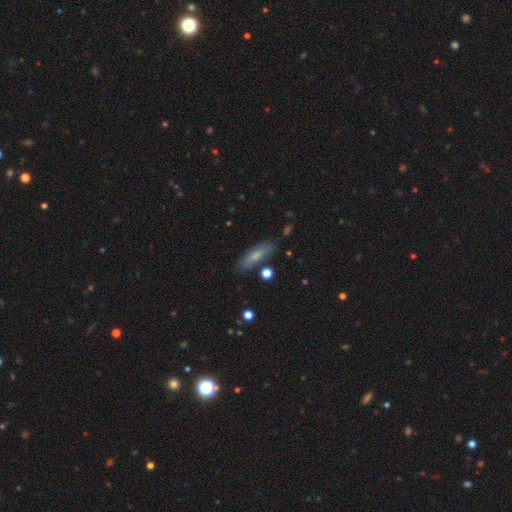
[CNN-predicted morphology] Smooth or featured: smooth — 66% (featured or disk — 26%)
How rounded: cigar-shaped — 54% (in between — 43%)
Merging: none — 81% (minor disturbance — 13%)